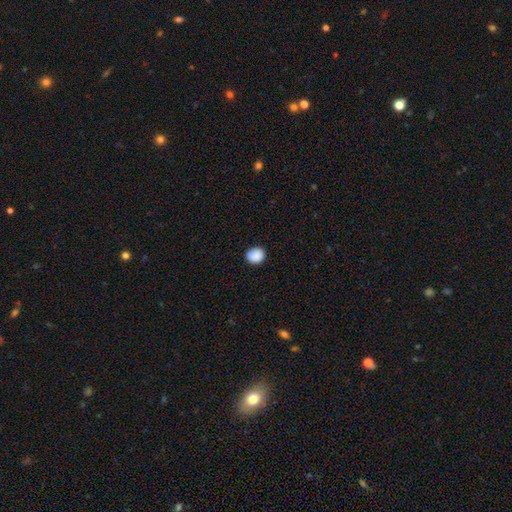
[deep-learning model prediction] smooth 88%, star or artifact 8%, featured or disk 3%. Down the decision tree: how rounded — round (75%); merging — none (83%).